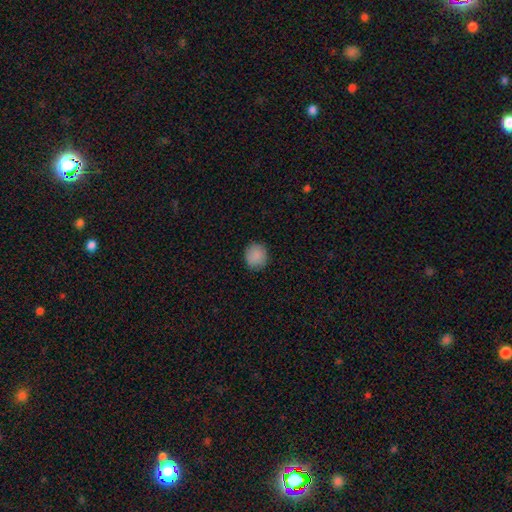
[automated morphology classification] A smooth galaxy with no disk features (88%) that is round (85%). Merging: none (88%).